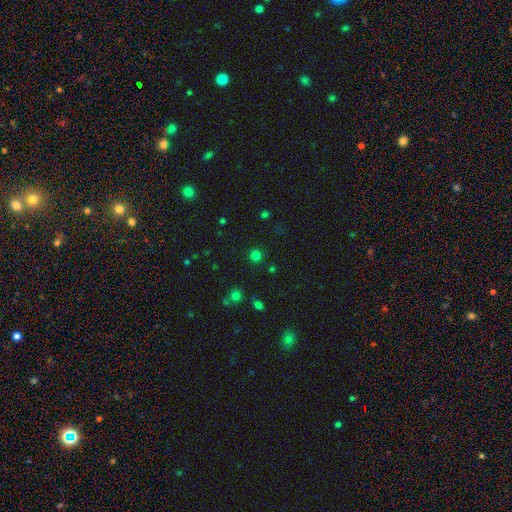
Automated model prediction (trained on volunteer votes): This is likely a smooth galaxy (76%). How rounded: clearly round (93%). Merging: clearly none (90%).